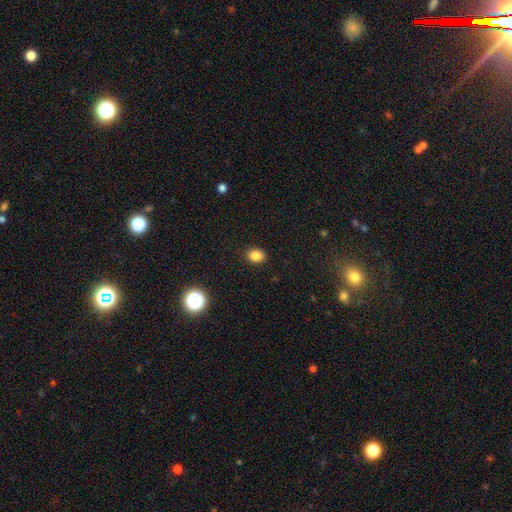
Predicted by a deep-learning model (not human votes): smooth 85%, star or artifact 11%, featured or disk 4%. Down the decision tree: how rounded — in between (61%); merging — none (88%).